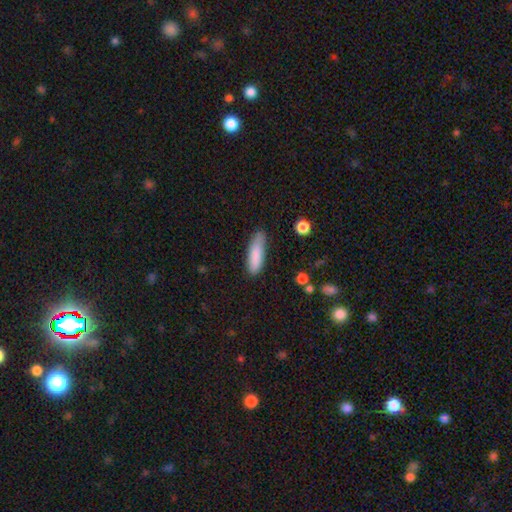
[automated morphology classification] A smooth galaxy with no disk features (85%) that is cigar-shaped (60%). Merging: none (70%).